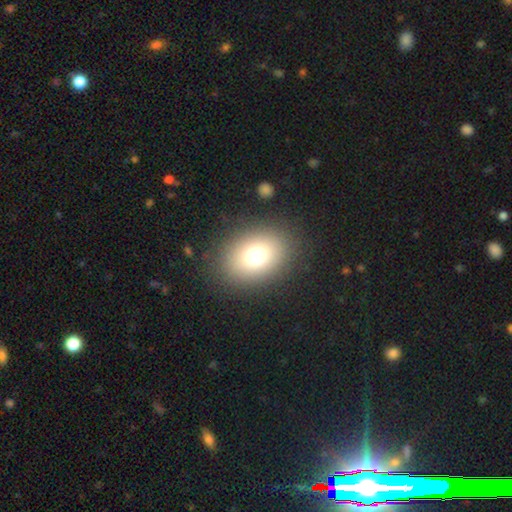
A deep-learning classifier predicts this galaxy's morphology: Overall: smooth (72%). How rounded: in between (57%; round 42%). Merging: none (86%).